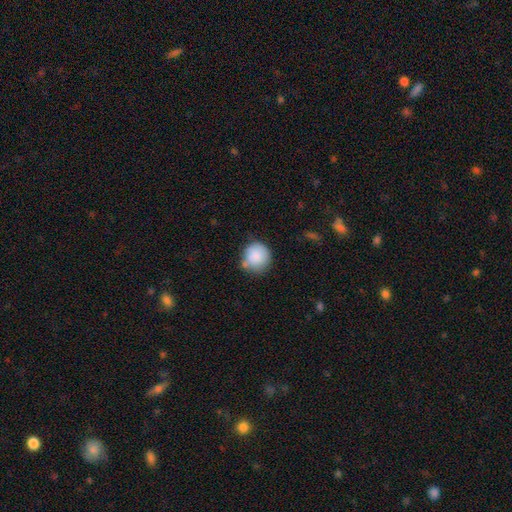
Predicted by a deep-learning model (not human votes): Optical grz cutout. It shows a smooth galaxy with no disk features (87%) that is round (89%). Merging: none (67%).